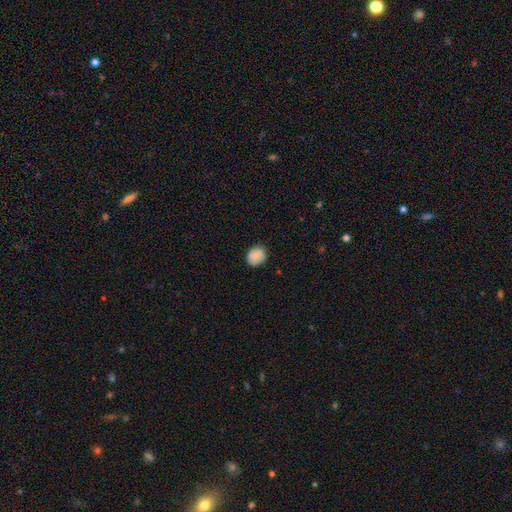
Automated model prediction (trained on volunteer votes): smooth_or_featured: smooth (p=0.84) [alt: featured or disk p=0.08]
how_rounded: round (p=0.66) [alt: in between p=0.33]
merging: none (p=0.82) [alt: minor disturbance p=0.14]